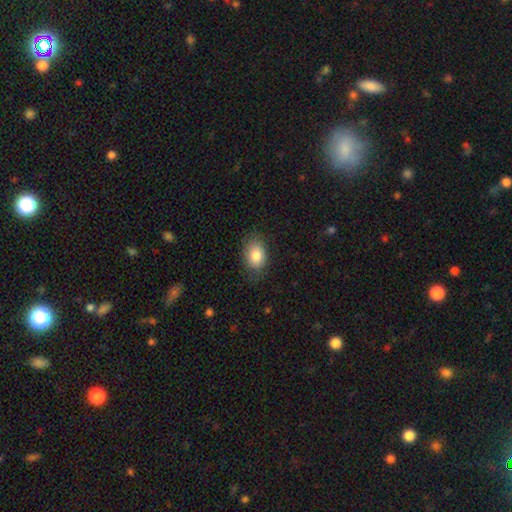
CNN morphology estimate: The model was most divided on "merging": none: 75%, minor disturbance: 19%, major disturbance: 5%, merger: 1%. More confident: smooth or featured — smooth (84%); how rounded — in between (78%).